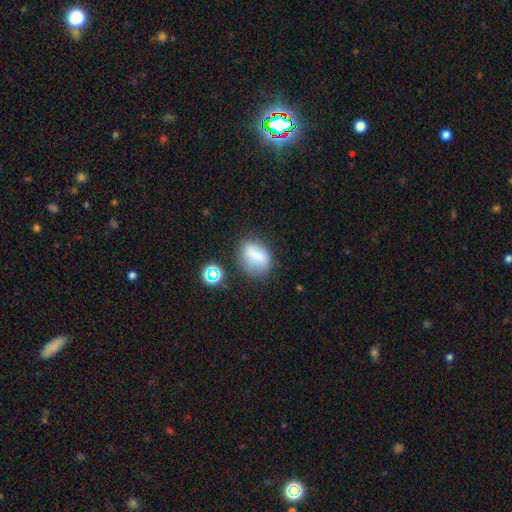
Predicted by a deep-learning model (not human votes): Smooth or featured? Predicted: smooth (p=0.72). How rounded? Predicted: in between (p=0.70). Merging? Predicted: none (p=0.60).